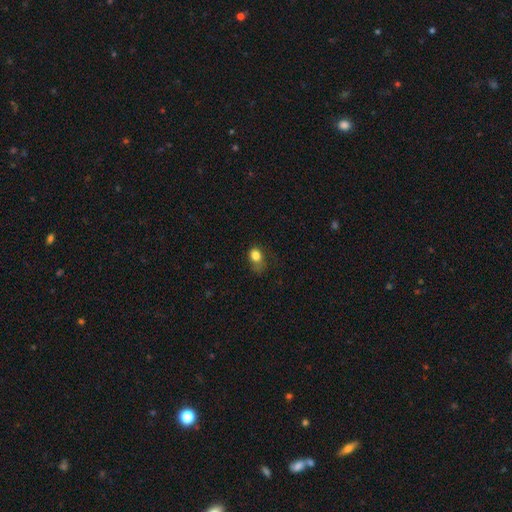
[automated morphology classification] A smooth galaxy with no disk features (81%) that is in between round and cigar-shaped (55%). Merging: none (41%).